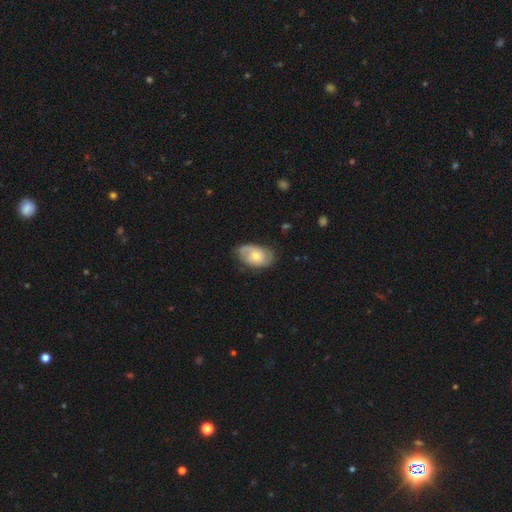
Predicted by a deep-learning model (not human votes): A featured or disk galaxy (56%) with no bar (73%), spiral arms (80%) and a moderate central bulge (61%). Merging: none (70%).